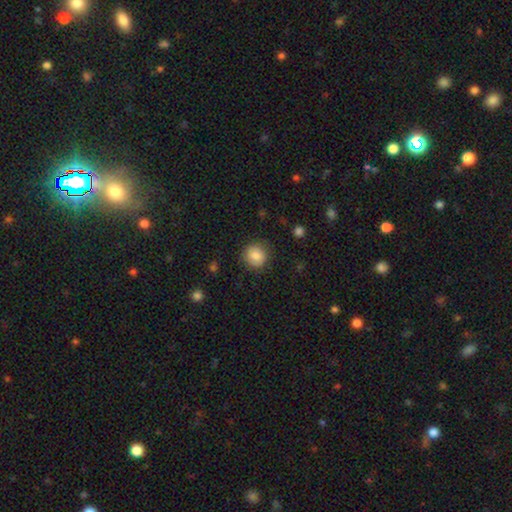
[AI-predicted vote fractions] smooth-or-featured: smooth: 84% | star or artifact: 9% | featured or disk: 7%
  how-rounded: round: 90% | in between: 9% | cigar-shaped: 1%
  merging: none: 85% | minor disturbance: 10% | major disturbance: 3% | merger: 1%